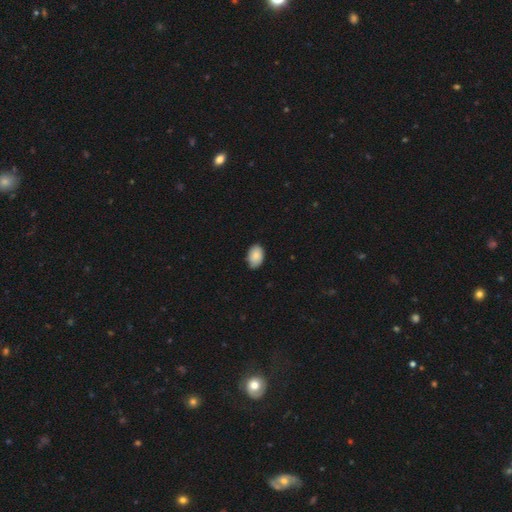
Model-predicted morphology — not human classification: A smooth galaxy with no disk features (87%) that is in between round and cigar-shaped (89%).

Vote fractions:
- Smooth or featured? smooth: 87% / star or artifact: 6% / featured or disk: 6%
- How rounded? in between: 89% / round: 10% / cigar-shaped: 1%
- Merging? none: 76% / minor disturbance: 20% / major disturbance: 2% / merger: 1%